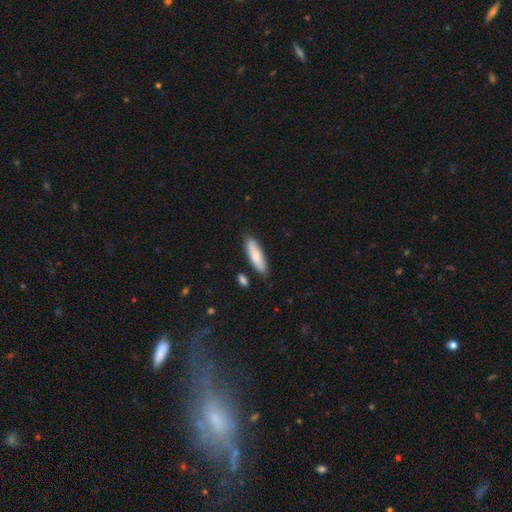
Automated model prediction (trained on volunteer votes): smooth 75%, featured or disk 20%, star or artifact 6%. Down the decision tree: how rounded — cigar-shaped (52%); merging — none (82%).